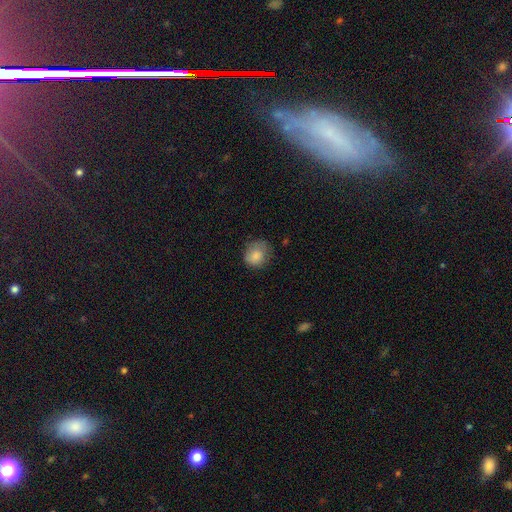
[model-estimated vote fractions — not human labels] A smooth galaxy with no disk features (83%) that is round (65%). Merging: none (62%).